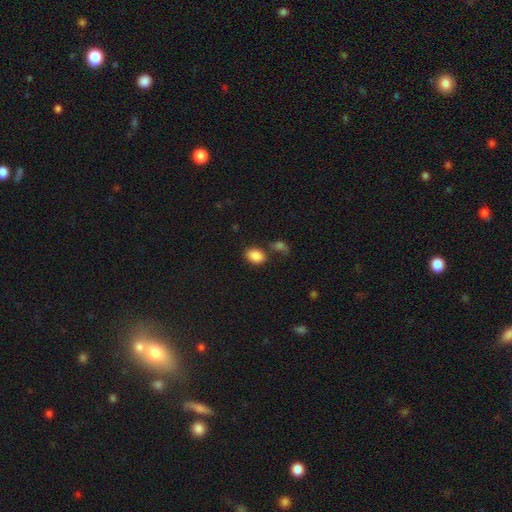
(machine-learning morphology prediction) This appears to be a smooth galaxy with no disk features (87%) that is in between round and cigar-shaped (79%). Merging: none (69%).